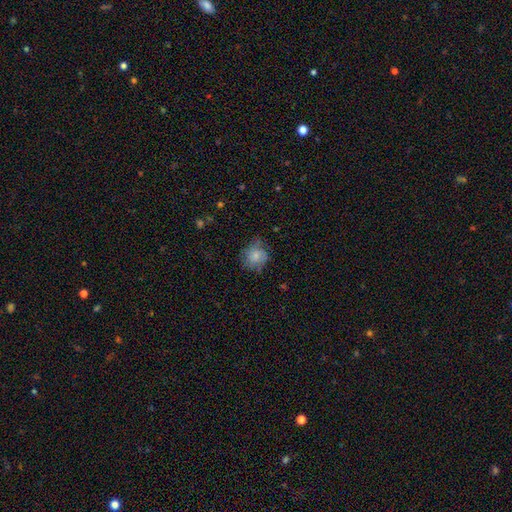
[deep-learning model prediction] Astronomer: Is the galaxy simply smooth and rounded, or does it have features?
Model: smooth — 74%.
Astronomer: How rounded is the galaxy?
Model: round — 78%.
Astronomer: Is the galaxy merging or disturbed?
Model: none — 57%.